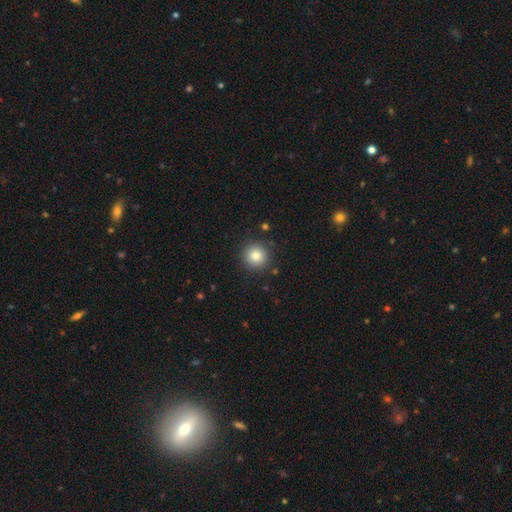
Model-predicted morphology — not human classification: Smooth or featured: smooth — 83% (star or artifact — 10%)
How rounded: round — 94% (in between — 5%)
Merging: none — 90% (minor disturbance — 7%)